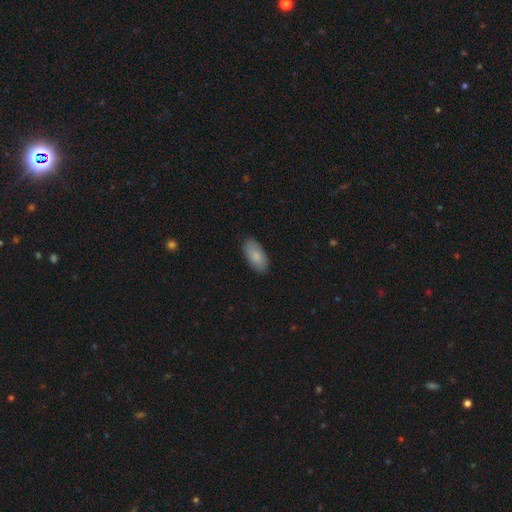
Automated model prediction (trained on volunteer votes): Smooth or featured? Predicted: smooth (p=0.84). How rounded? Predicted: in between (p=0.94). Merging? Predicted: none (p=0.87).